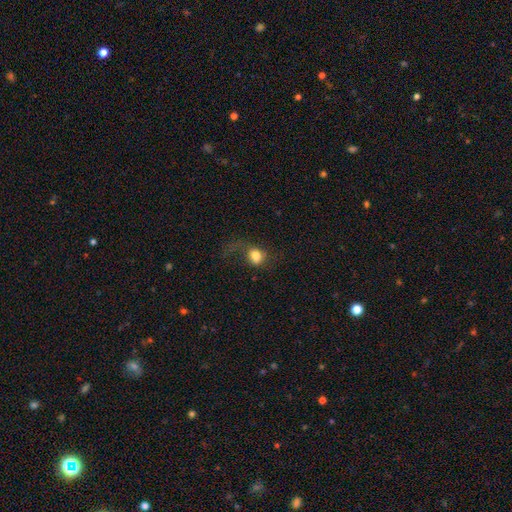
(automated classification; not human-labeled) This is likely a smooth galaxy (73%). How rounded: possibly round (54%). Merging: marginally major disturbance (41%).